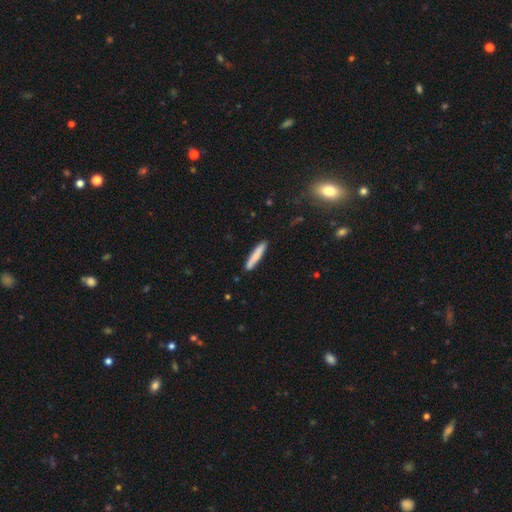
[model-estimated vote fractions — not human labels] smooth-or-featured: smooth: 81% | featured or disk: 13% | star or artifact: 6%
  how-rounded: cigar-shaped: 91% | in between: 7% | round: 1%
  merging: none: 88% | minor disturbance: 9% | major disturbance: 2% | merger: 1%